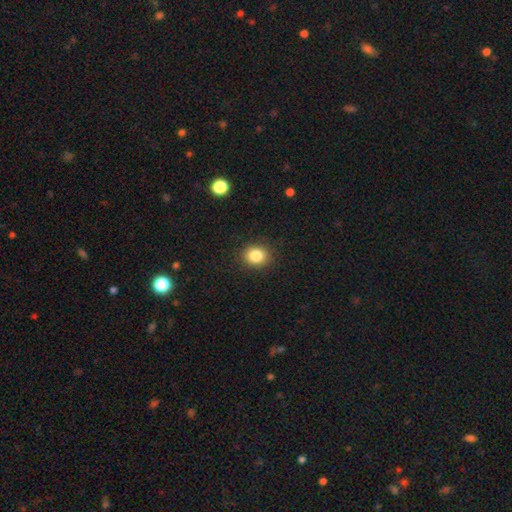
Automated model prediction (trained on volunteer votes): Smooth or featured?
  - smooth: 84% *
  - star or artifact: 10%
  - featured or disk: 6%
How rounded?
  - round: 71% *
  - in between: 28%
  - cigar-shaped: 1%
Merging?
  - none: 89% *
  - minor disturbance: 7%
  - major disturbance: 2%
  - merger: 1%